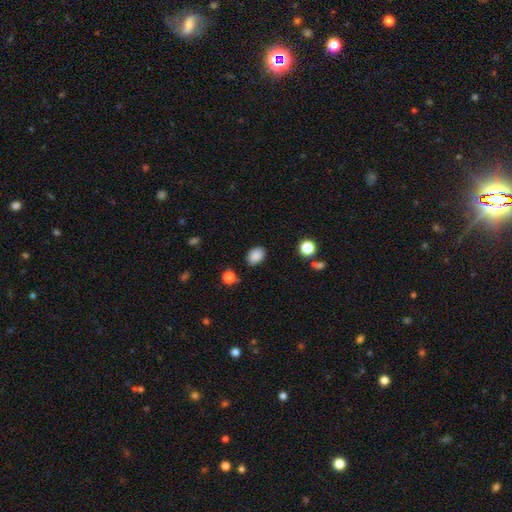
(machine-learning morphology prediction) type=smooth (87%); roundness=in between (78%); merging=none (84%).